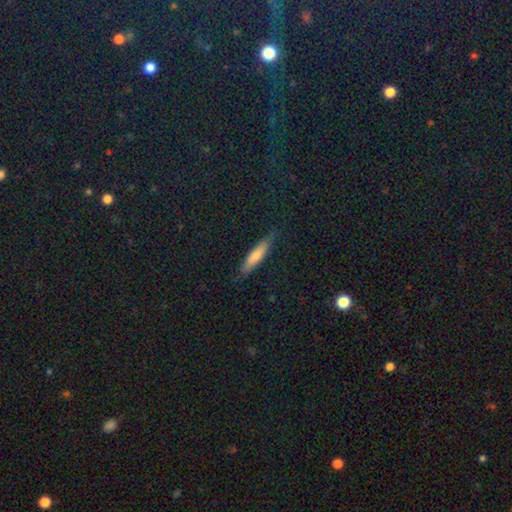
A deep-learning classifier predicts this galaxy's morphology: The model was most divided on "smooth or featured": smooth: 65%, featured or disk: 27%, star or artifact: 8%. More confident: merging — none (85%); how rounded — cigar-shaped (79%).